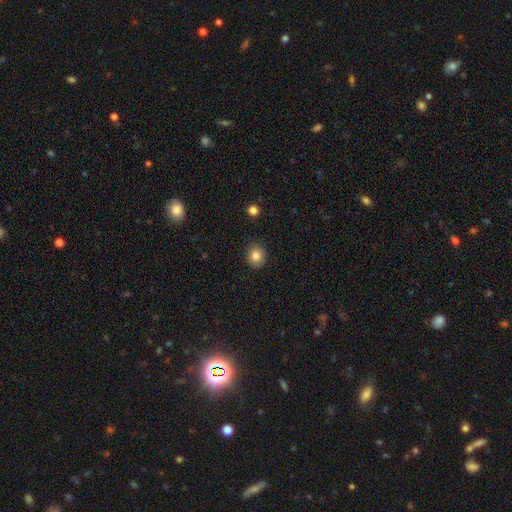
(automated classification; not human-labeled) smooth_or_featured: smooth (p=0.84) [alt: star or artifact p=0.10]
how_rounded: round (p=0.77) [alt: in between p=0.22]
merging: none (p=0.88) [alt: minor disturbance p=0.09]